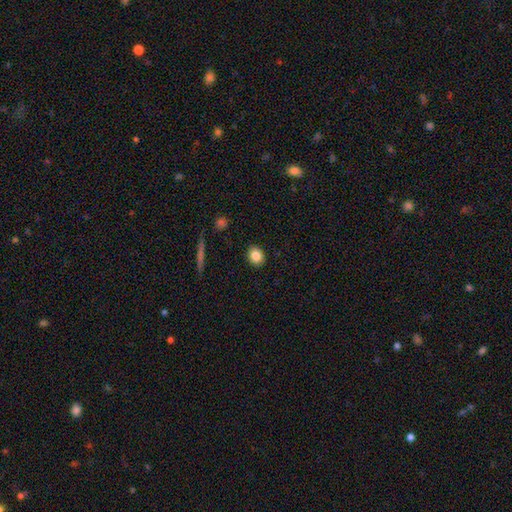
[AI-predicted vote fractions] smooth_or_featured: smooth (p=0.84) [alt: star or artifact p=0.09]
how_rounded: round (p=0.55) [alt: in between p=0.43]
merging: none (p=0.90) [alt: minor disturbance p=0.07]